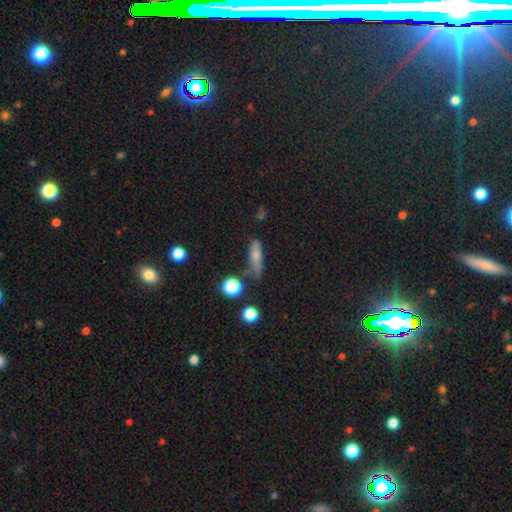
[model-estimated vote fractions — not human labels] A smooth galaxy with no disk features (70%) that is cigar-shaped (58%). Merging: none (64%).